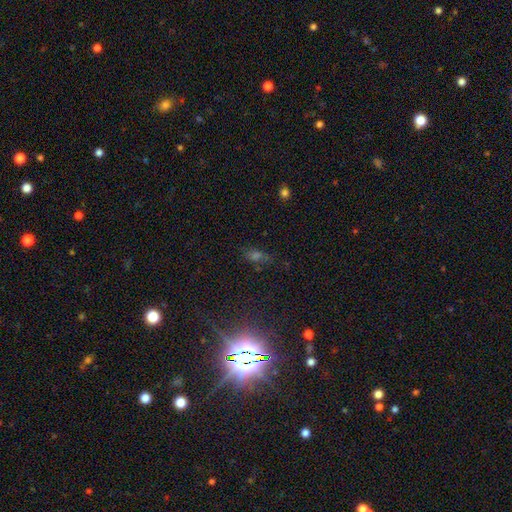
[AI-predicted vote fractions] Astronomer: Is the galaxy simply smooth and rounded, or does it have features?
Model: star or artifact — 53% (runner-up: smooth, 31%).